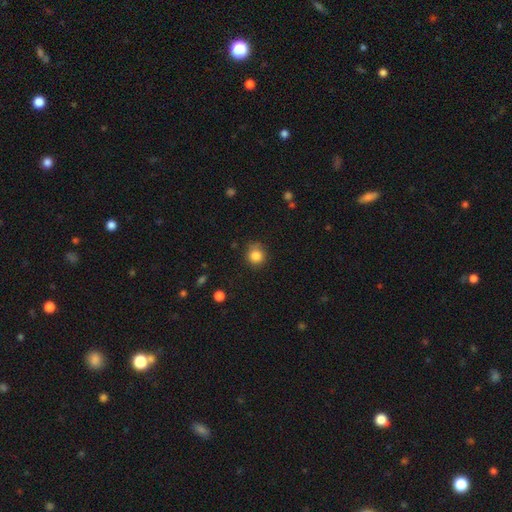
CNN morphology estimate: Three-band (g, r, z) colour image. It shows a smooth galaxy with no disk features (84%) that is round (88%). Merging: none (78%).